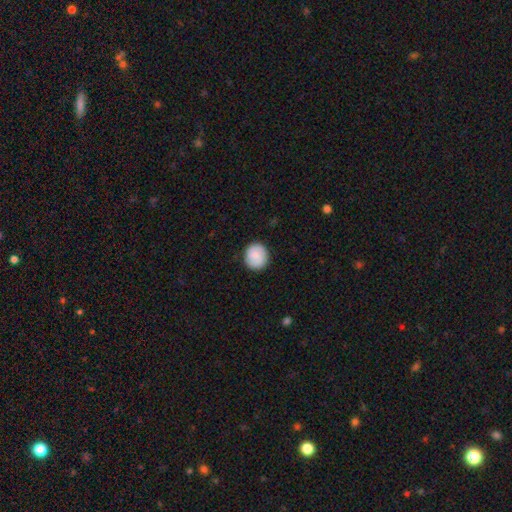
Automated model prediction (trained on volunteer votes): Smooth or featured? smooth (80%)
How rounded? round (84%)
Merging? none (89%)